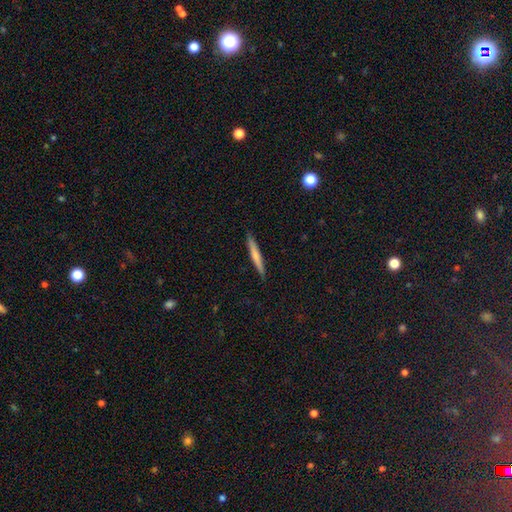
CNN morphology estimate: Overall: smooth (60%; featured or disk 35%). How rounded: cigar-shaped (95%). Merging: none (90%).